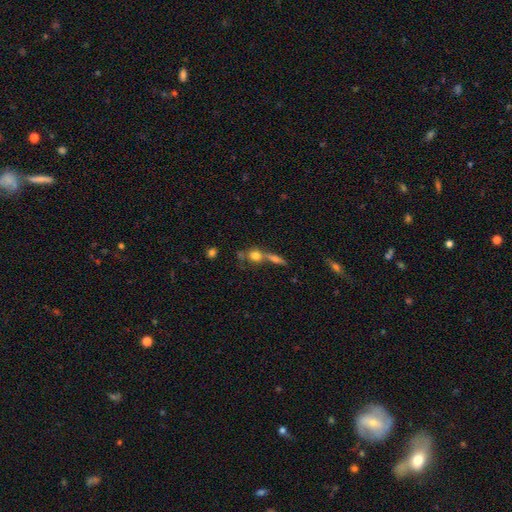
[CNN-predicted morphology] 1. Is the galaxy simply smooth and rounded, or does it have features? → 68% smooth, 18% featured or disk, 14% star or artifact.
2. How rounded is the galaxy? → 72% round, 21% in between, 7% cigar-shaped.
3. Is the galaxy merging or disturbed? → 44% none, 40% merger, 10% minor disturbance, 6% major disturbance.